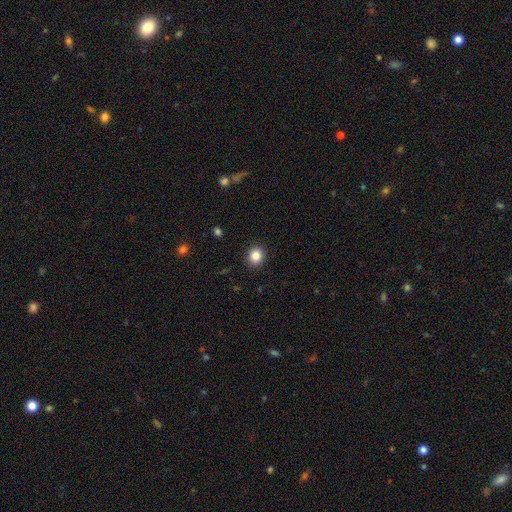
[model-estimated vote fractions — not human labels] Overall: smooth (85%). How rounded: round (79%). Merging: none (91%).